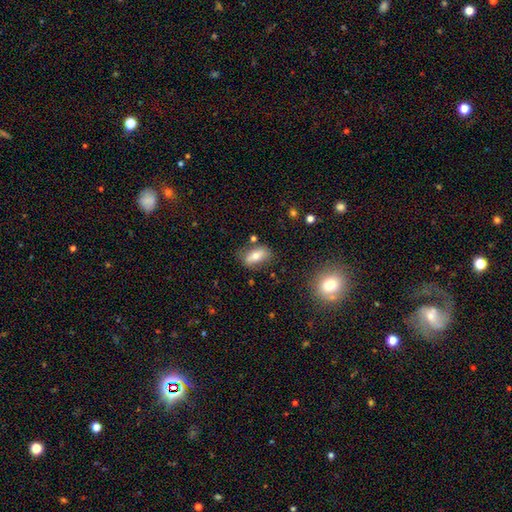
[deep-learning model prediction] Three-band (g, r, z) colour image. It shows a smooth galaxy with no disk features (62%) that is in between round and cigar-shaped (80%). Merging: none (69%).